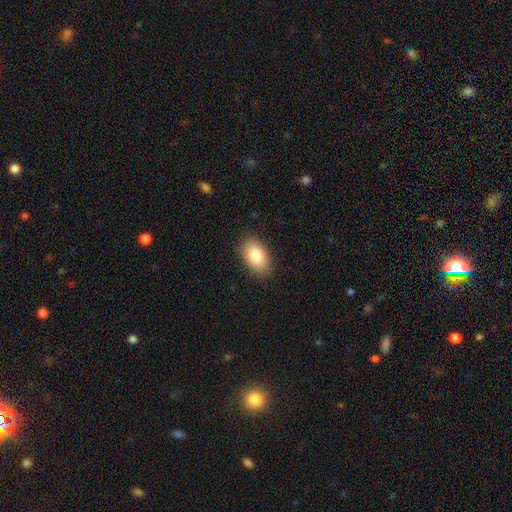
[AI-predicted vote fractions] A smooth galaxy with no disk features (84%) that is in between round and cigar-shaped (93%).

Vote fractions:
- Smooth or featured? smooth: 84% / featured or disk: 9% / star or artifact: 7%
- How rounded? in between: 93% / round: 6% / cigar-shaped: 1%
- Merging? none: 87% / minor disturbance: 10% / major disturbance: 2% / merger: 1%